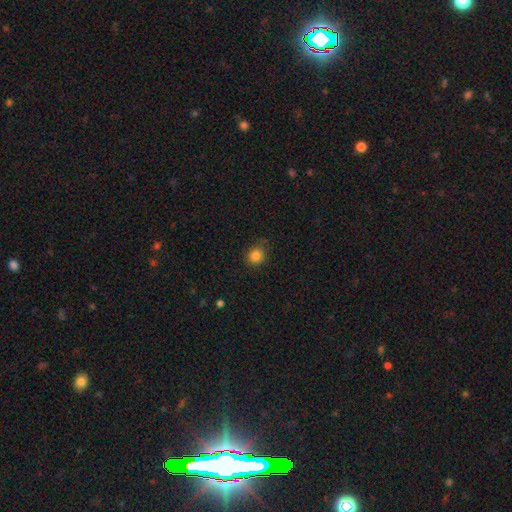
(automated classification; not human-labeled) This appears to be a smooth galaxy with no disk features (84%) that is round (83%). Merging: none (82%).